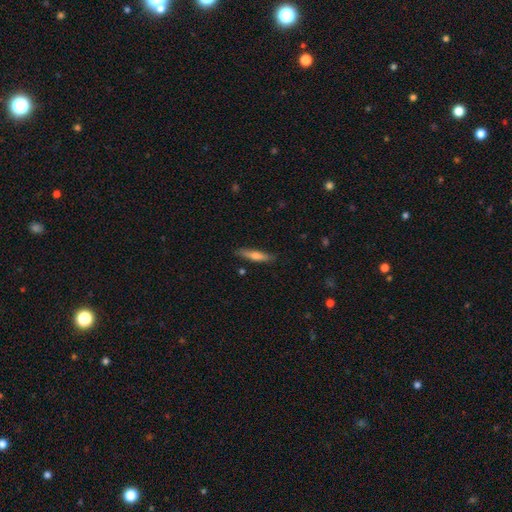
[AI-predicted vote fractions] A smooth galaxy with no disk features (63%) that is cigar-shaped (86%).

Vote fractions:
- Smooth or featured? smooth: 63% / featured or disk: 31% / star or artifact: 6%
- How rounded? cigar-shaped: 86% / in between: 12% / round: 2%
- Merging? none: 84% / minor disturbance: 12% / major disturbance: 2% / merger: 2%